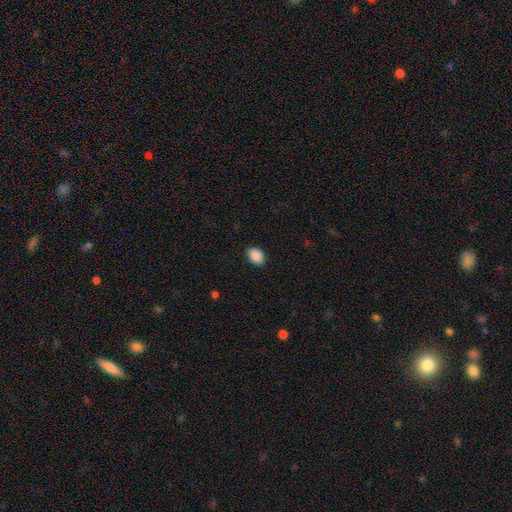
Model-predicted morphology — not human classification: This appears to be a smooth galaxy with no disk features (90%) that is in between round and cigar-shaped (75%). Merging: none (89%).